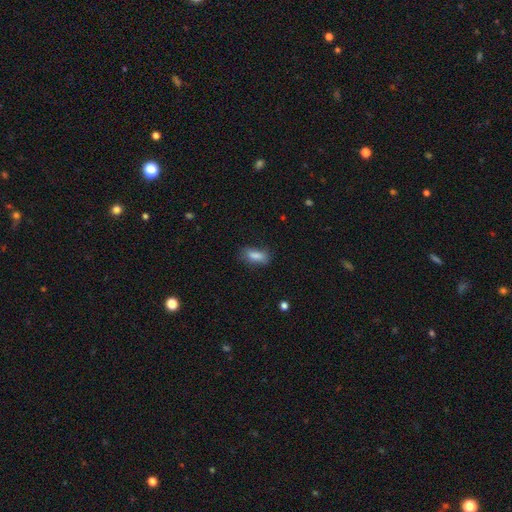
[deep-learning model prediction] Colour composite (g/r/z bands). It shows a smooth galaxy with no disk features (84%) that is in between round and cigar-shaped (79%). Merging: none (72%).